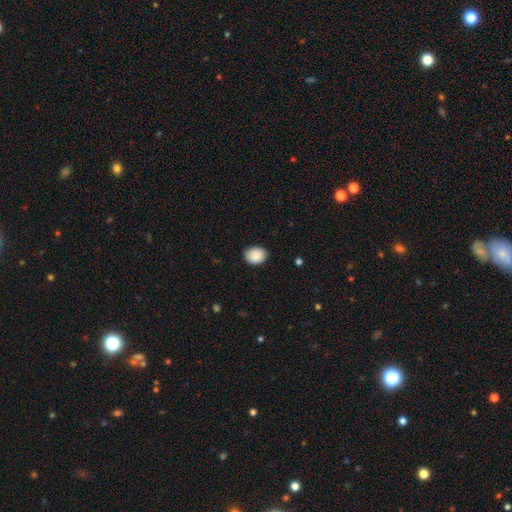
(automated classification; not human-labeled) smooth 89%, star or artifact 7%, featured or disk 4%. Down the decision tree: how rounded — in between (55%); merging — none (85%).